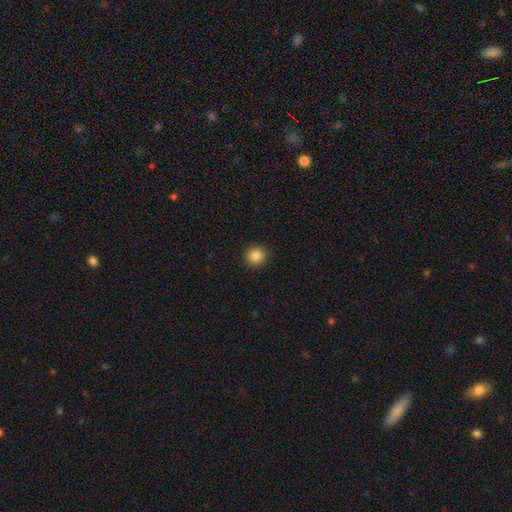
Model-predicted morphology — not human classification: smooth 86%, star or artifact 10%, featured or disk 4%. Down the decision tree: how rounded — round (91%); merging — none (92%).